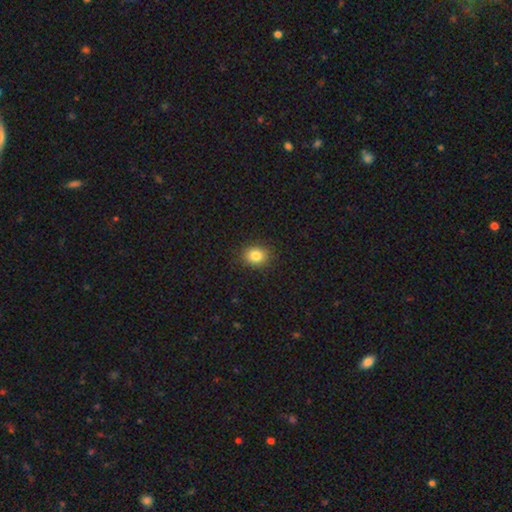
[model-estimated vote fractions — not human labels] Smooth or featured? Predicted: smooth (p=0.84). How rounded? Predicted: round (p=0.67). Merging? Predicted: none (p=0.89).